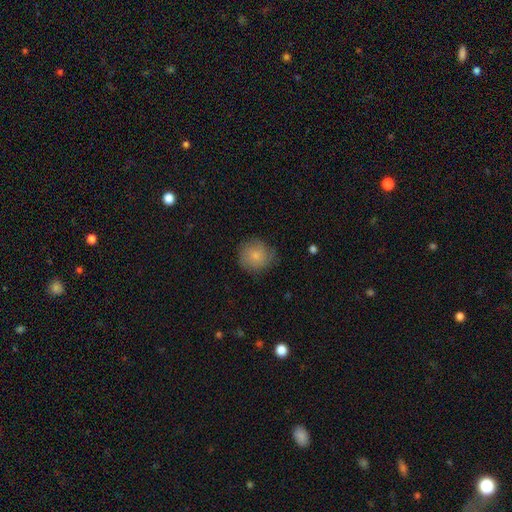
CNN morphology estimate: Smooth or featured?
  - smooth: 72% *
  - featured or disk: 20%
  - star or artifact: 7%
How rounded?
  - round: 91% *
  - in between: 8%
  - cigar-shaped: 1%
Merging?
  - none: 73% *
  - minor disturbance: 20%
  - major disturbance: 6%
  - merger: 1%